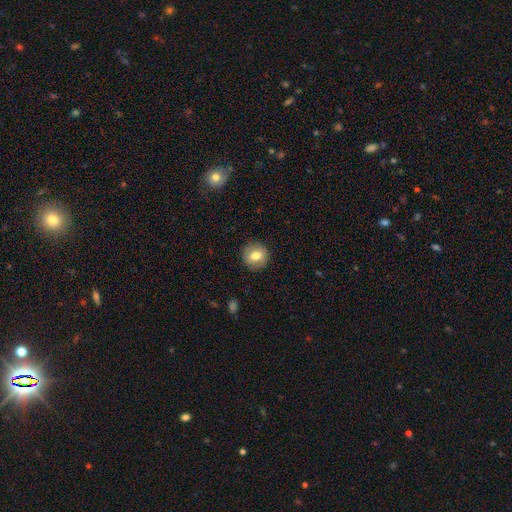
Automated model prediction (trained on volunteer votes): Overall: smooth (72%). How rounded: round (87%). Merging: none (89%).